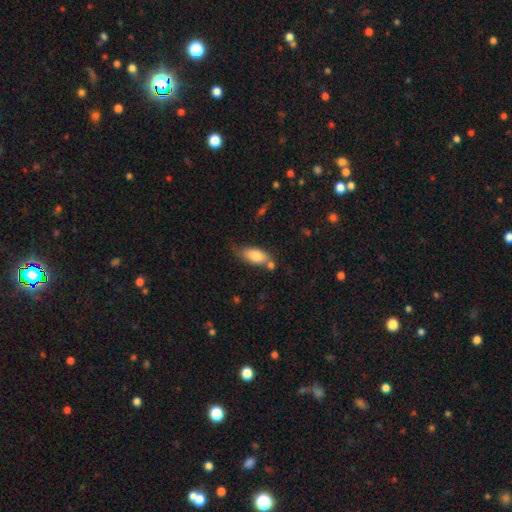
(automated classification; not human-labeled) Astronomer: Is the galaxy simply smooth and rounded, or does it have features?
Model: smooth — 79%.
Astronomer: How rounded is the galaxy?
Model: in between — 88%.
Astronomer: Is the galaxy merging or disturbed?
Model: none — 49% (runner-up: minor disturbance, 26%).